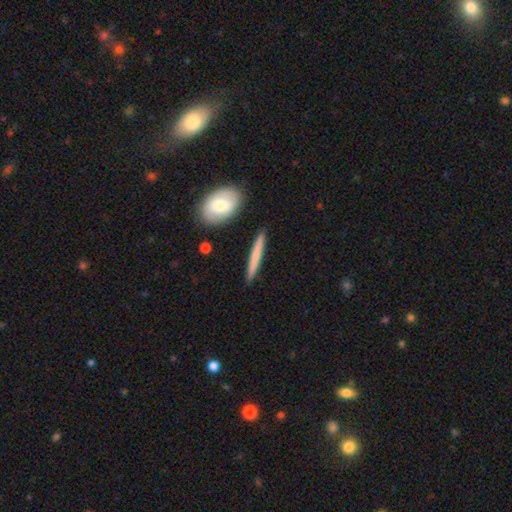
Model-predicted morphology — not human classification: Smooth or featured: smooth — 62% (featured or disk — 33%)
How rounded: cigar-shaped — 93% (in between — 5%)
Merging: none — 89% (minor disturbance — 7%)